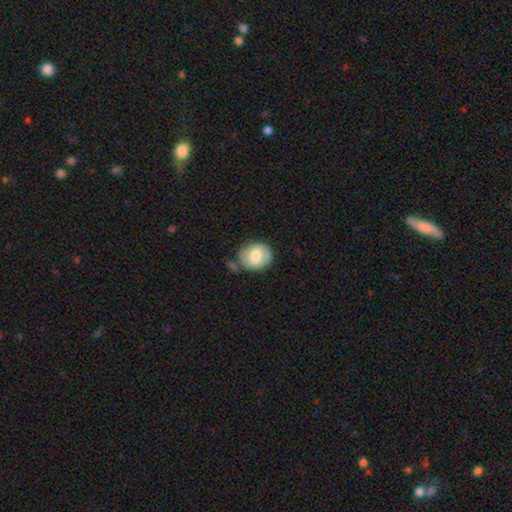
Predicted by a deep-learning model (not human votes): Q: Smooth or featured?
A: smooth (59%); runner-up: featured or disk (35%)
Q: How rounded?
A: round (54%); runner-up: in between (44%)
Q: Merging?
A: none (64%); runner-up: minor disturbance (21%)